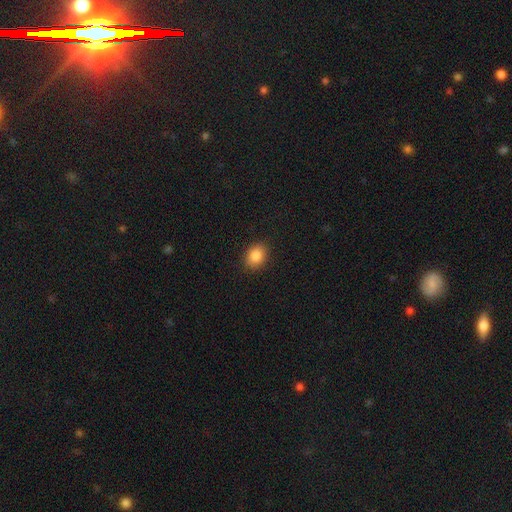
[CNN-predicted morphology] Smooth or featured? Predicted: smooth (p=0.86). How rounded? Predicted: round (p=0.50). Merging? Predicted: none (p=0.89).